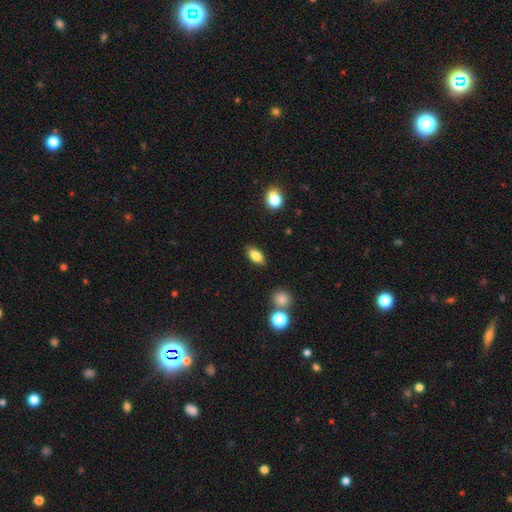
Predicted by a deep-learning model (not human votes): Overall: smooth (83%). How rounded: in between (88%). Merging: none (87%).